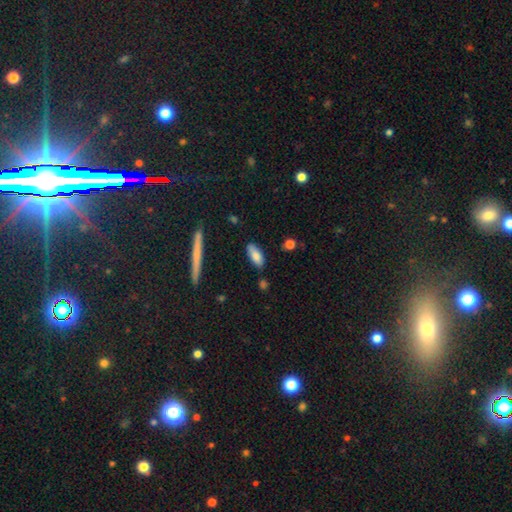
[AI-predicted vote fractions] smooth 80%, featured or disk 13%, star or artifact 6%. Down the decision tree: how rounded — in between (77%); merging — none (80%).